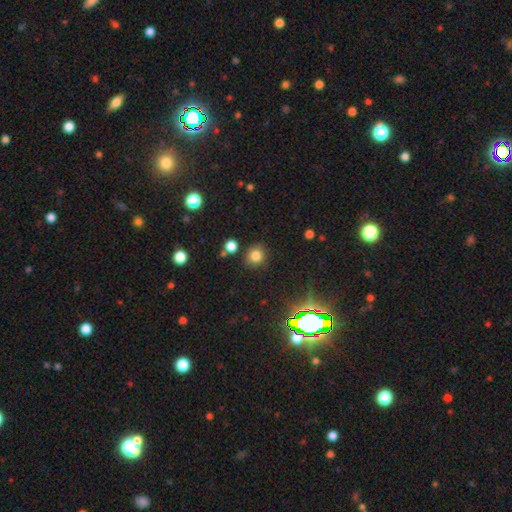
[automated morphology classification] Smooth or featured? smooth (80%)
How rounded? round (84%)
Merging? none (83%)